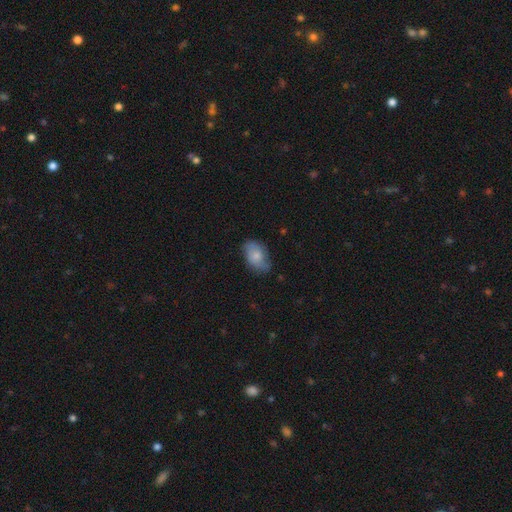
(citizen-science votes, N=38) Smooth or featured?
  - smooth: 61% *
  - featured or disk: 34%
  - star or artifact: 5%
How rounded?
  - in between: 74% *
  - round: 22%
  - cigar-shaped: 4%
Merging?
  - none: 69% *
  - minor disturbance: 22%
  - major disturbance: 8%
  - merger: 0%